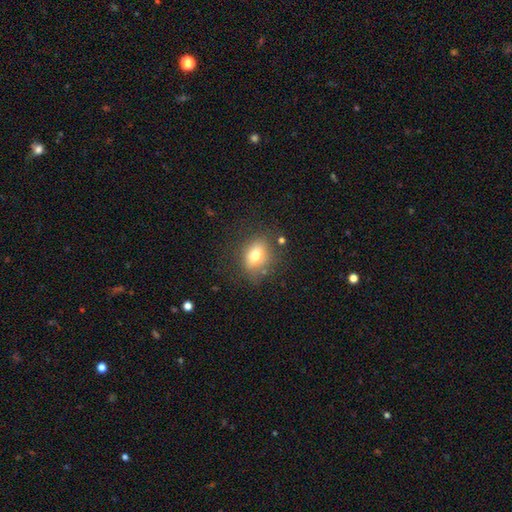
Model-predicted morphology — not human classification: type=smooth (72%); roundness=in between (55%); merging=none (74%).